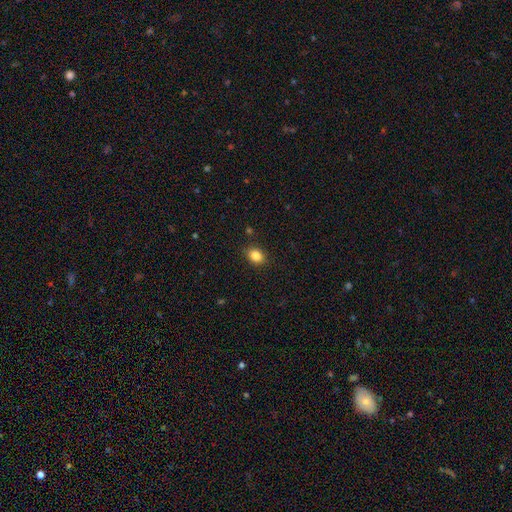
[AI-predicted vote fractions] This is clearly a smooth galaxy (85%). How rounded: possibly in between (58%). Merging: clearly none (86%).